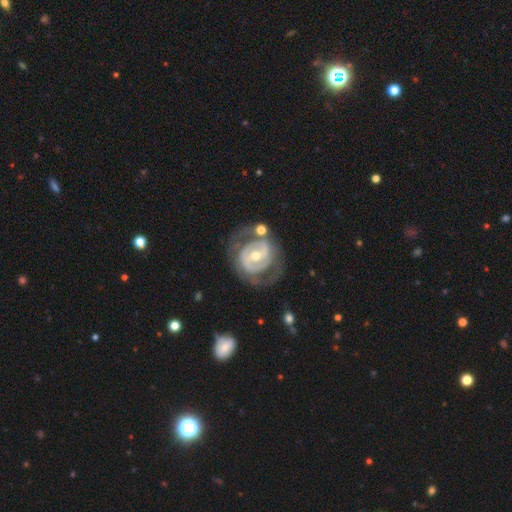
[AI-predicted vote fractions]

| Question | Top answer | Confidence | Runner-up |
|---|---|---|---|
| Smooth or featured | featured or disk | 80% | smooth (15%) |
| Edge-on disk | no | 96% | yes (4%) |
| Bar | weak | 39% | no (31%) |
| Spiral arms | yes | 68% | no (32%) |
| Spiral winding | tight | 49% | medium (35%) |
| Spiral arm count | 2 | 65% | can't tell (22%) |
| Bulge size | moderate | 57% | small (38%) |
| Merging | none | 60% | minor disturbance (18%) |